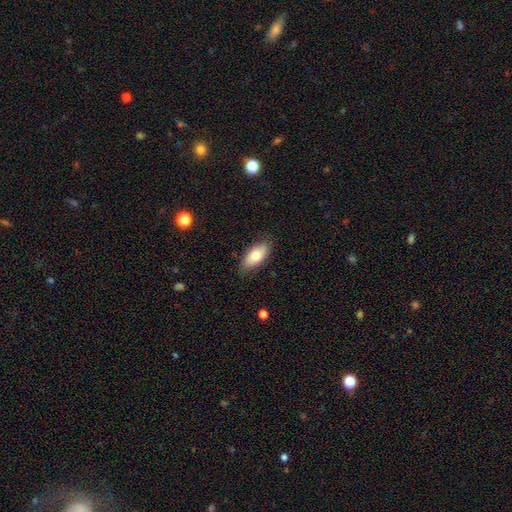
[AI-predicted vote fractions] Overall: smooth (76%). How rounded: in between (88%). Merging: none (84%).